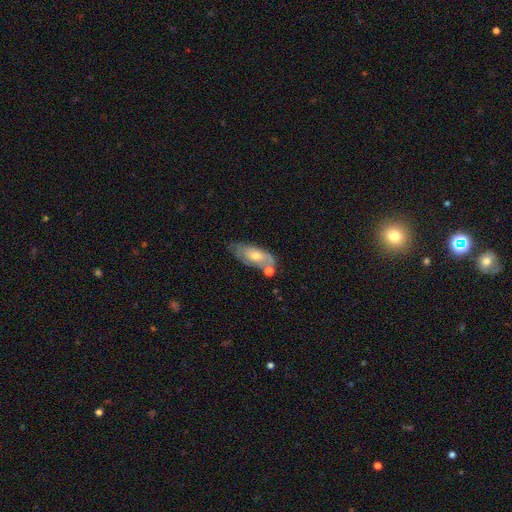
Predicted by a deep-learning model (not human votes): This is possibly a featured or disk galaxy (47%). Merging: possibly none (53%).